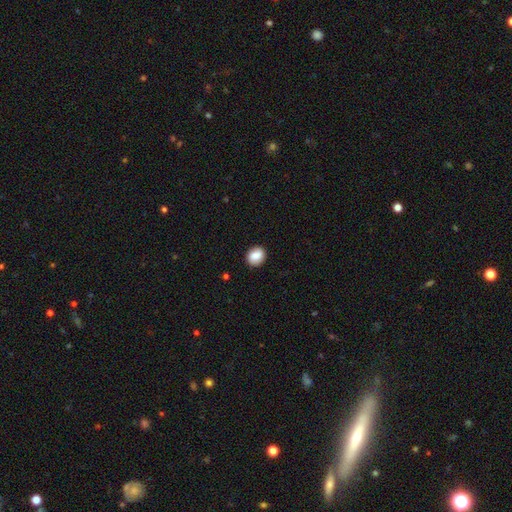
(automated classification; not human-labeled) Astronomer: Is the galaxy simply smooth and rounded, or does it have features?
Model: smooth — 86%.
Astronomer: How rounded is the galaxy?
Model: round — 58% (runner-up: in between, 41%).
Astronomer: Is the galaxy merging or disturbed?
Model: none — 88%.